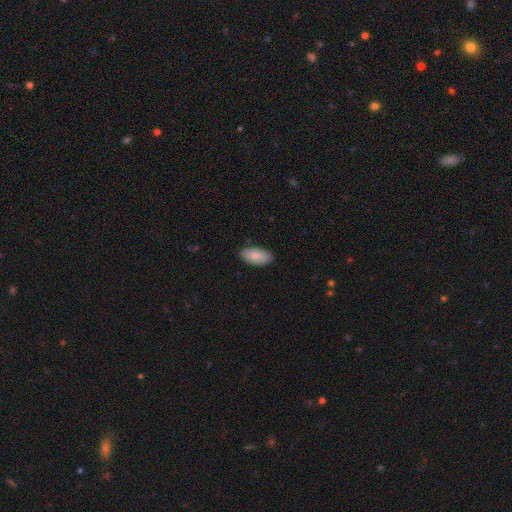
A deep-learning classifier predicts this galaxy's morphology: A smooth galaxy with no disk features (85%) that is in between round and cigar-shaped (94%). Merging: none (84%).